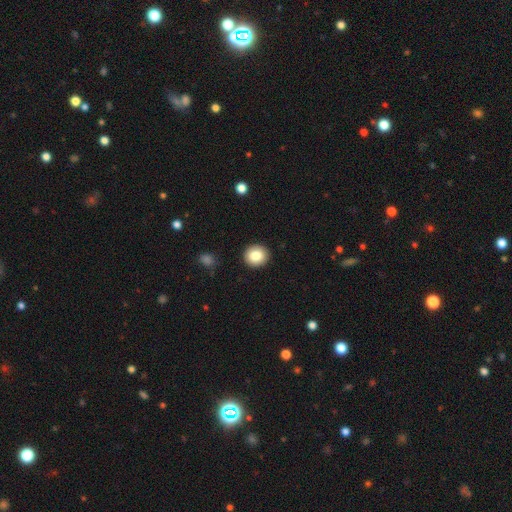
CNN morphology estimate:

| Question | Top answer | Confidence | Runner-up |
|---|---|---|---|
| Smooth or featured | smooth | 84% | star or artifact (9%) |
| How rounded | round | 88% | in between (11%) |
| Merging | none | 91% | minor disturbance (6%) |